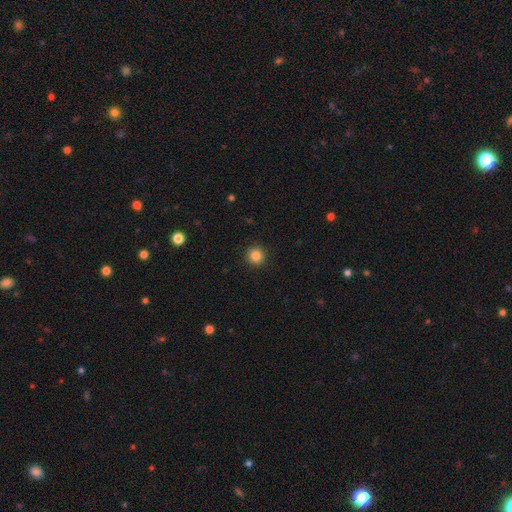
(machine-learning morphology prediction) Overall: smooth (86%). How rounded: round (95%). Merging: none (92%).